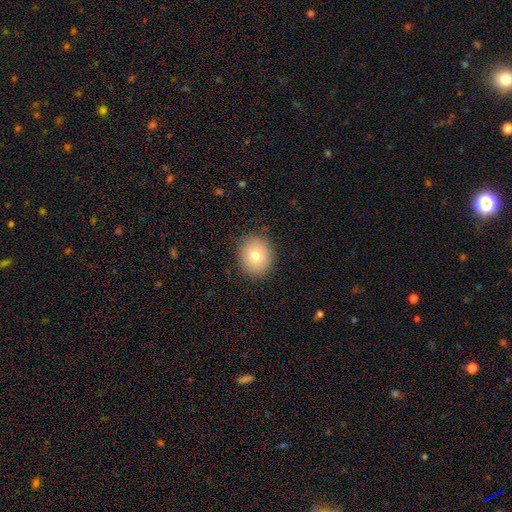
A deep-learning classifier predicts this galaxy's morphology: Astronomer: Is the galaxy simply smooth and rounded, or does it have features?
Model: smooth — 76%.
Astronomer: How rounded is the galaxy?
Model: round — 77%.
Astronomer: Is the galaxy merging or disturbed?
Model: none — 89%.